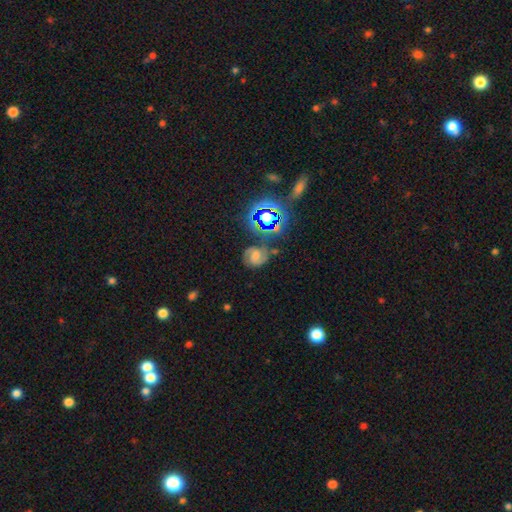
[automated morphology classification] smooth-or-featured: featured or disk: 64% | star or artifact: 20% | smooth: 16%
  disk-edge-on: no: 97% | yes: 3%
    bar: weak: 43% (tied) | no: 43% (tied) | strong: 15%
    has-spiral-arms: yes: 94% | no: 6%
      spiral-winding: medium: 47% | tight: 41% | loose: 12%
      spiral-arm-count: 2: 80% | can't tell: 9% | 3: 5% | 1: 3% | 4: 1% | more than 4: 1%
    bulge-size: moderate: 47% | small: 34% | none: 10% | large: 7% | dominant: 2%
  merging: none: 71% | minor disturbance: 16% | major disturbance: 7% | merger: 5%